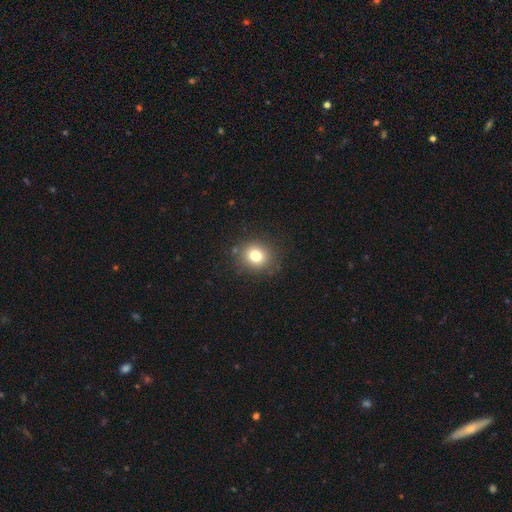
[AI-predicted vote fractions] This appears to be a smooth galaxy with no disk features (78%) that is round (83%). Merging: none (86%).